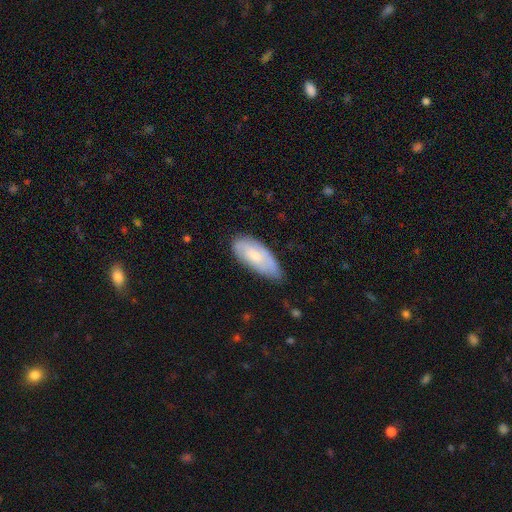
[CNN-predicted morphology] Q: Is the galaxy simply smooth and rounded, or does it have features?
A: smooth — 60%.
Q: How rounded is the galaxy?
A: in between — 86%.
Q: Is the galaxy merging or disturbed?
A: none — 54%.